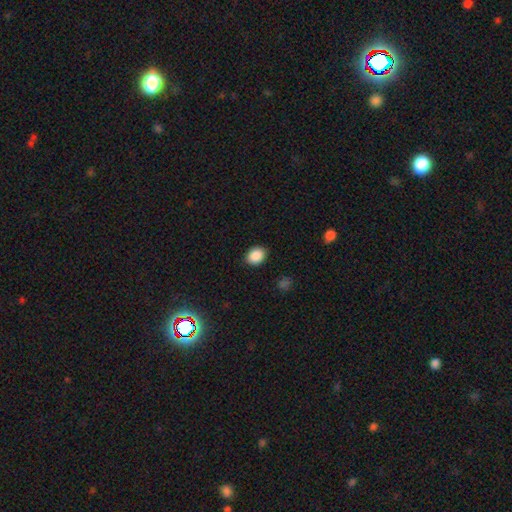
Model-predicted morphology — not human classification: Smooth or featured? Predicted: smooth (p=0.88). How rounded? Predicted: in between (p=0.56). Merging? Predicted: none (p=0.89).